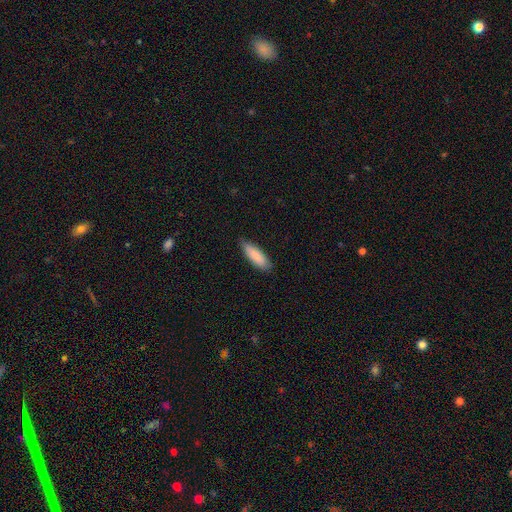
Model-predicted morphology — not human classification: A smooth galaxy with no disk features (86%) that is cigar-shaped (50%). Merging: none (81%).